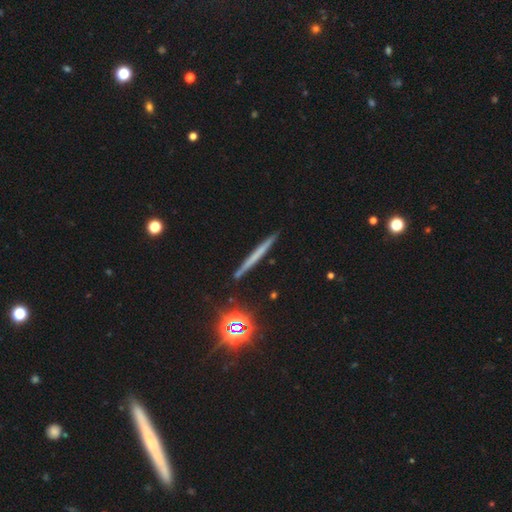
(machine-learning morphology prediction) Q: Smooth or featured?
A: smooth (46%); runner-up: featured or disk (40%)
Q: Merging?
A: none (90%); runner-up: minor disturbance (7%)